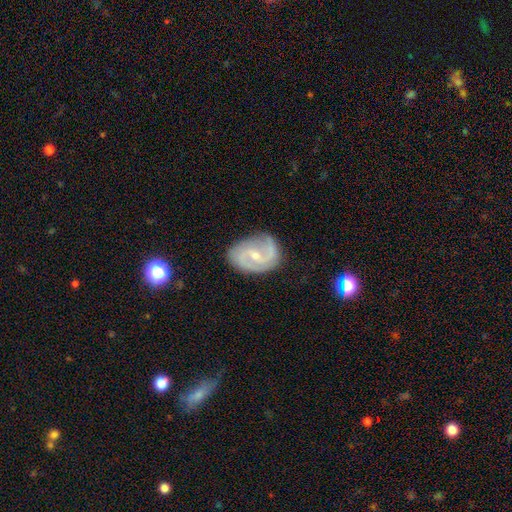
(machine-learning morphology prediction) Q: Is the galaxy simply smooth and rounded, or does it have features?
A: featured or disk — 86%.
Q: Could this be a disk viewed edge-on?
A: no — 98%.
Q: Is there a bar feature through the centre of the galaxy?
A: weak — 51%.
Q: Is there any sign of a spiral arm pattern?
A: yes — 96%.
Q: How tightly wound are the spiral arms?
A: medium — 50%.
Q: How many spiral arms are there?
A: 2 — 79%.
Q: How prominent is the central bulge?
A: small — 64%.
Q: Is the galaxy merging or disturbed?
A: none — 72%.